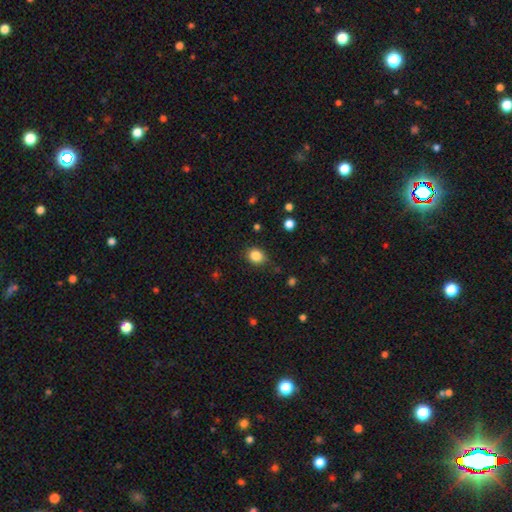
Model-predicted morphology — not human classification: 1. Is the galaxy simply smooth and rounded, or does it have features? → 85% smooth, 10% star or artifact, 5% featured or disk.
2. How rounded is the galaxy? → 64% round, 35% in between, 1% cigar-shaped.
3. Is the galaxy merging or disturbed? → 82% none, 13% minor disturbance, 3% major disturbance, 2% merger.